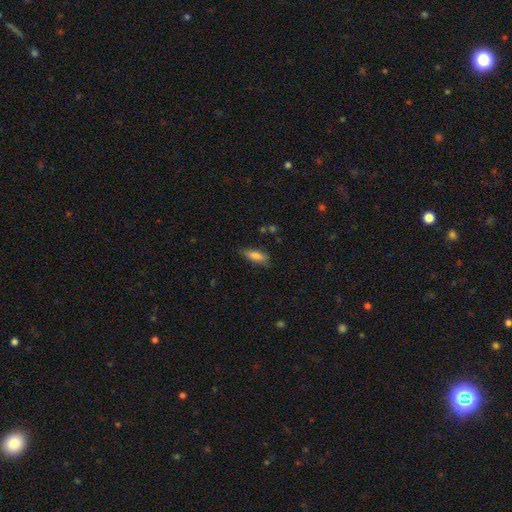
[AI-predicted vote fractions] Overall: smooth (81%). How rounded: in between (70%). Merging: none (73%).